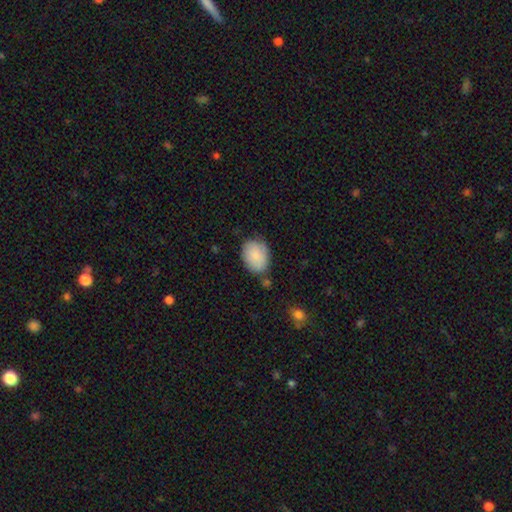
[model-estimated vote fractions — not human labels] This is clearly a smooth galaxy (84%). How rounded: likely in between (74%). Merging: likely none (66%).